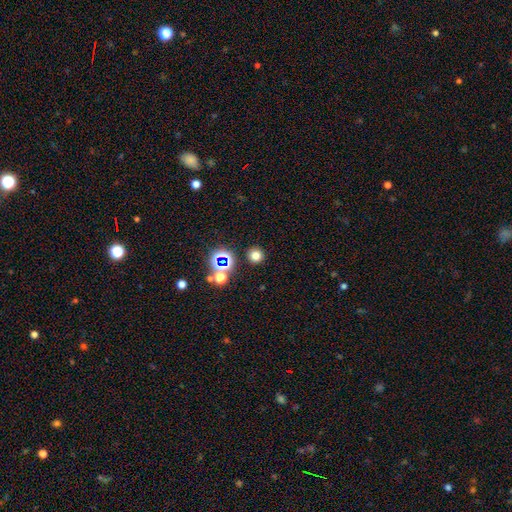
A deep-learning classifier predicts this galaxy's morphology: smooth_or_featured: smooth (p=0.72) [alt: star or artifact p=0.22]
how_rounded: round (p=0.94) [alt: in between p=0.05]
merging: none (p=0.88) [alt: minor disturbance p=0.05]